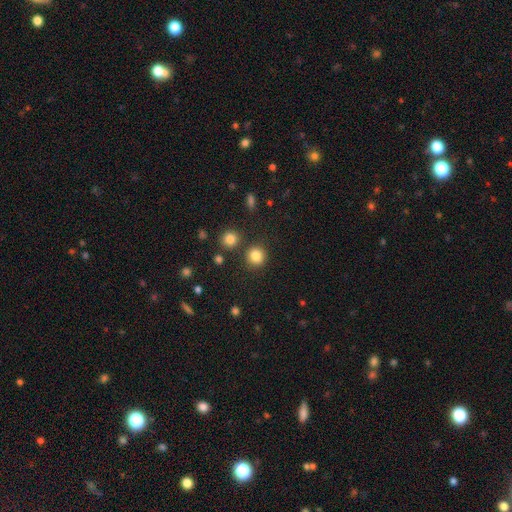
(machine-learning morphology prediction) Smooth or featured: smooth — 84% (star or artifact — 11%)
How rounded: round — 90% (in between — 9%)
Merging: none — 85% (minor disturbance — 7%)